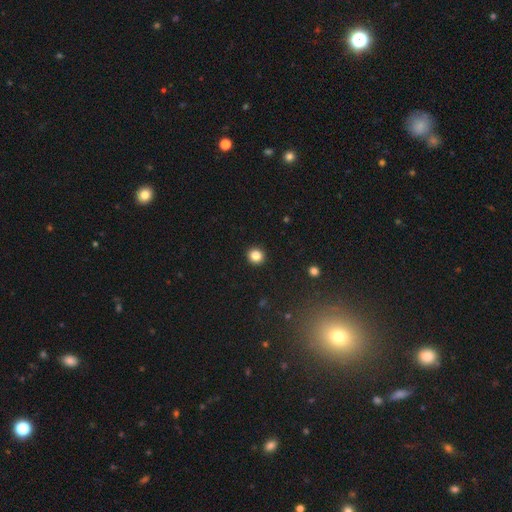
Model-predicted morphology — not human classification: smooth-or-featured: smooth: 85% | star or artifact: 11% | featured or disk: 4%
  how-rounded: round: 92% | in between: 7% | cigar-shaped: 1%
  merging: none: 93% | minor disturbance: 4% | major disturbance: 2% | merger: 1%